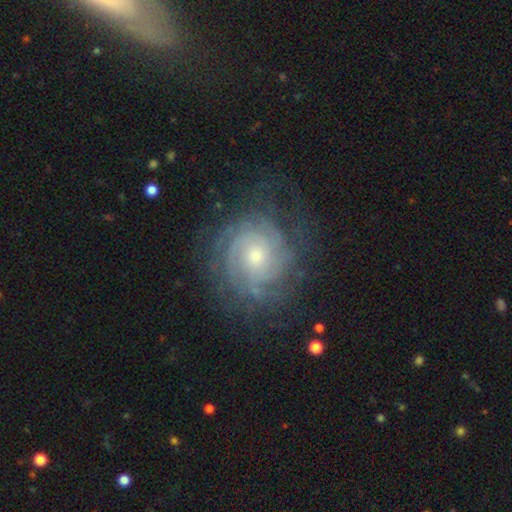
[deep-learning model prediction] Smooth or featured: featured or disk — 82% (smooth — 11%)
Edge-on disk: no — 97% (yes — 3%)
Bar: no — 73% (weak — 23%)
Spiral arms: yes — 95% (no — 5%)
Spiral winding: tight — 73% (medium — 22%)
Spiral arm count: can't tell — 41% (2 — 16%)
Bulge size: moderate — 48% (small — 45%)
Merging: none — 73% (minor disturbance — 16%)